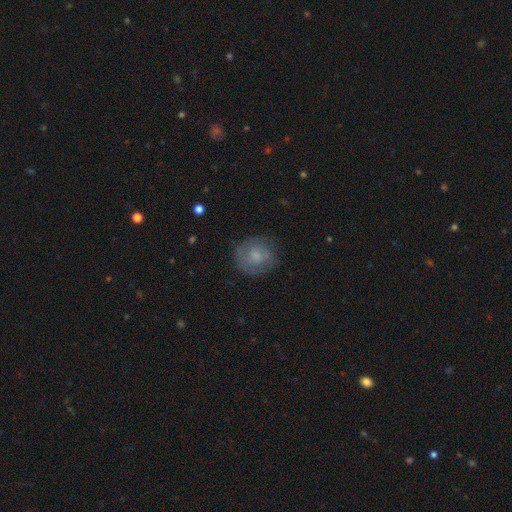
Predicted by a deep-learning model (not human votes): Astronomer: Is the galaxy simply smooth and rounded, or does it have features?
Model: smooth — 60%.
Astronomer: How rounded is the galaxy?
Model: round — 84%.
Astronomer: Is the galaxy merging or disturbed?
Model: none — 73%.